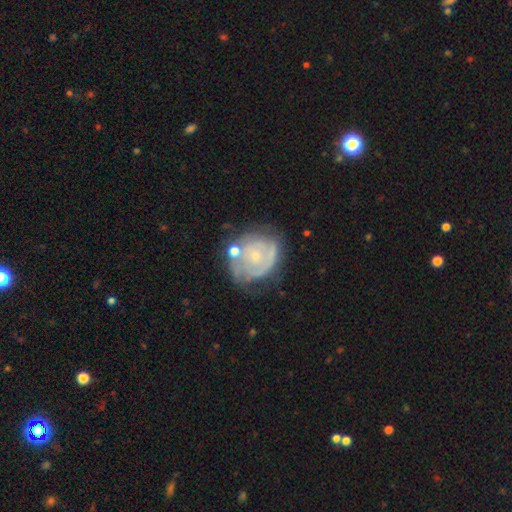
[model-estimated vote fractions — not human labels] Smooth or featured: featured or disk — 72% (smooth — 21%)
Edge-on disk: no — 98% (yes — 2%)
Bar: no — 79% (weak — 17%)
Spiral arms: yes — 73% (no — 27%)
Spiral winding: tight — 68% (medium — 23%)
Spiral arm count: can't tell — 48% (2 — 26%)
Bulge size: small — 74% (moderate — 20%)
Merging: none — 52% (minor disturbance — 25%)